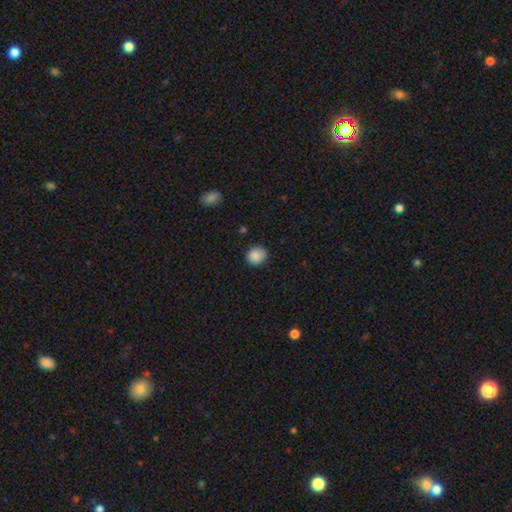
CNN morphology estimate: type=smooth (88%); roundness=round (85%); merging=none (87%).